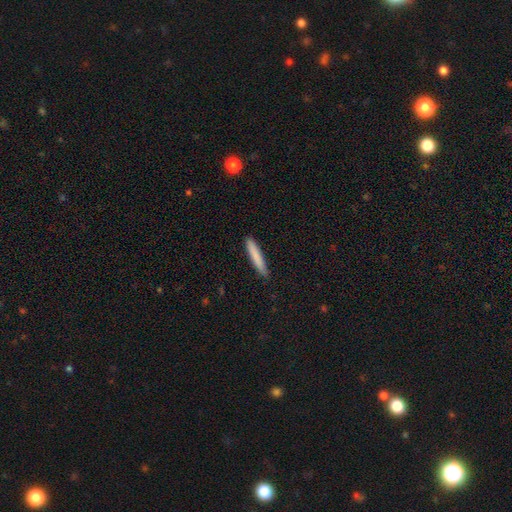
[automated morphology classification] This is clearly a smooth galaxy (81%). How rounded: clearly cigar-shaped (94%). Merging: clearly none (88%).